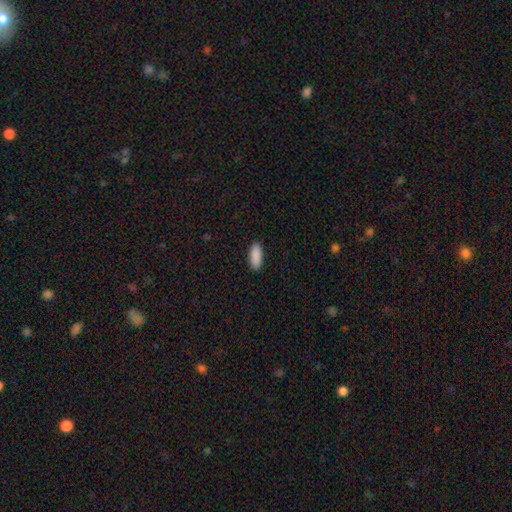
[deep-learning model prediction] Smooth or featured?
  - smooth: 91% *
  - star or artifact: 6%
  - featured or disk: 3%
How rounded?
  - in between: 81% *
  - cigar-shaped: 17%
  - round: 2%
Merging?
  - none: 90% *
  - minor disturbance: 7%
  - major disturbance: 2%
  - merger: 1%